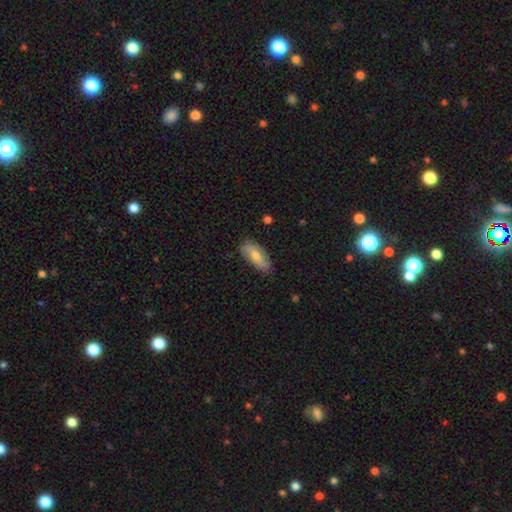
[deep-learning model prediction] Morphology: type=smooth (60%); roundness=in between (79%); merging=none (80%).